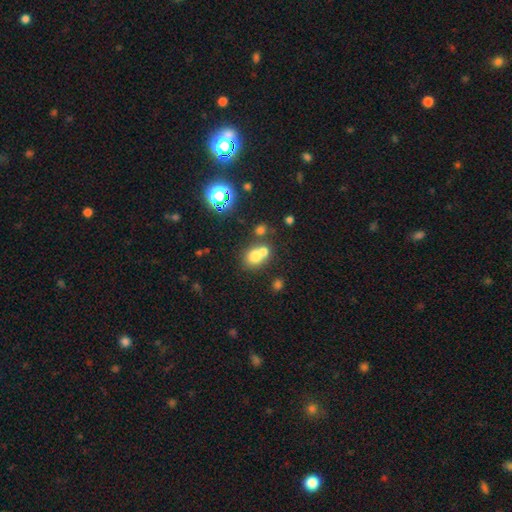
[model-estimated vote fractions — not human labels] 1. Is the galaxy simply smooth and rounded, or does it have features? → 70% smooth, 16% star or artifact, 14% featured or disk.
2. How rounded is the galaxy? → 67% round, 32% in between, 1% cigar-shaped.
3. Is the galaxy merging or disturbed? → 51% merger, 38% none, 8% minor disturbance, 4% major disturbance.